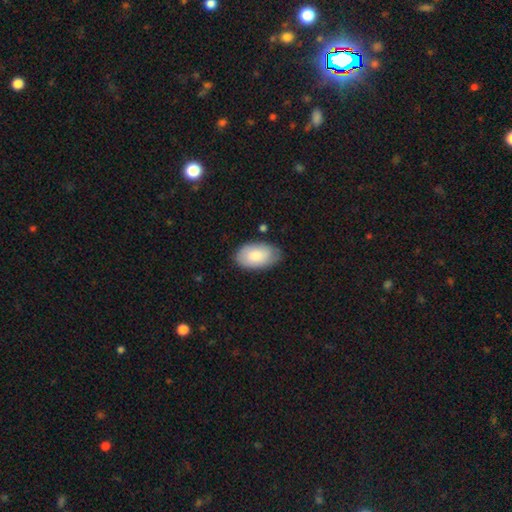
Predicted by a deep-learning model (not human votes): Smooth or featured? smooth (82%)
How rounded? in between (94%)
Merging? none (78%)